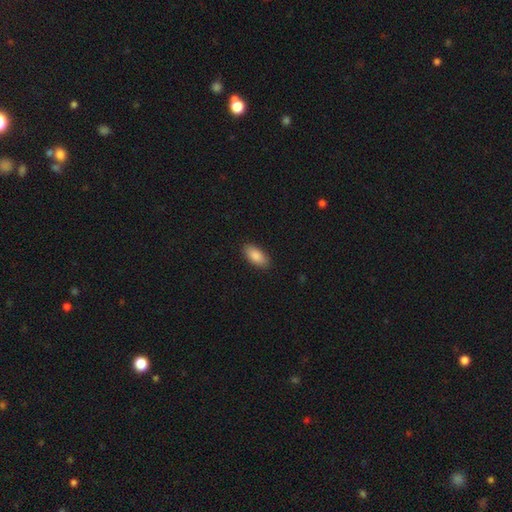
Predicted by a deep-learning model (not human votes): This appears to be a smooth galaxy with no disk features (88%) that is in between round and cigar-shaped (90%). Merging: none (89%).